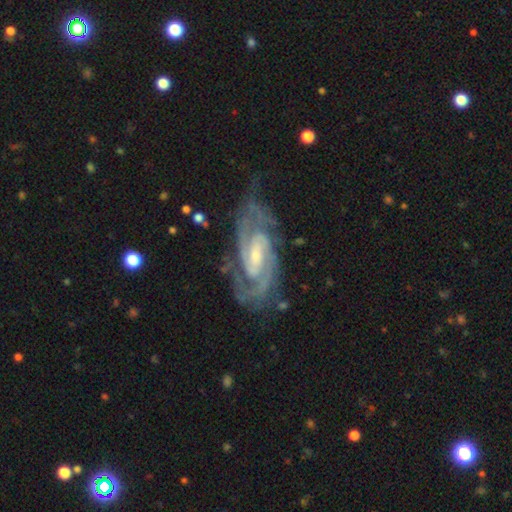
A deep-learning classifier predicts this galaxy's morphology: Smooth or featured: featured or disk — 92% (star or artifact — 4%)
Edge-on disk: no — 96% (yes — 4%)
Bar: weak — 49% (no — 29%)
Spiral arms: yes — 98% (no — 2%)
Spiral winding: tight — 59% (medium — 36%)
Spiral arm count: 2 — 73% (3 — 11%)
Bulge size: small — 59% (moderate — 34%)
Merging: none — 70% (minor disturbance — 20%)